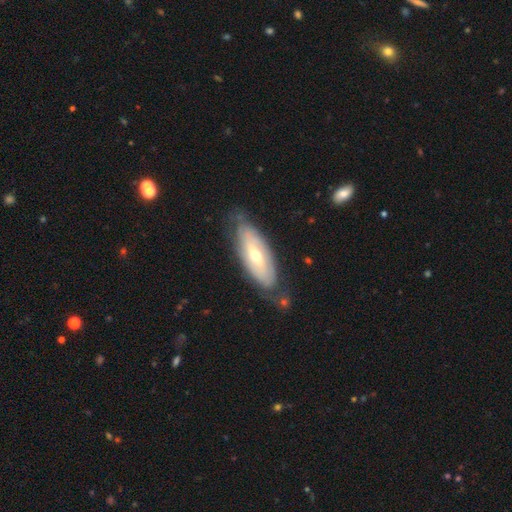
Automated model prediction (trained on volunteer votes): Smooth or featured? Predicted: featured or disk (p=0.57). Edge-on disk? Predicted: no (p=0.75). Merging? Predicted: none (p=0.74).